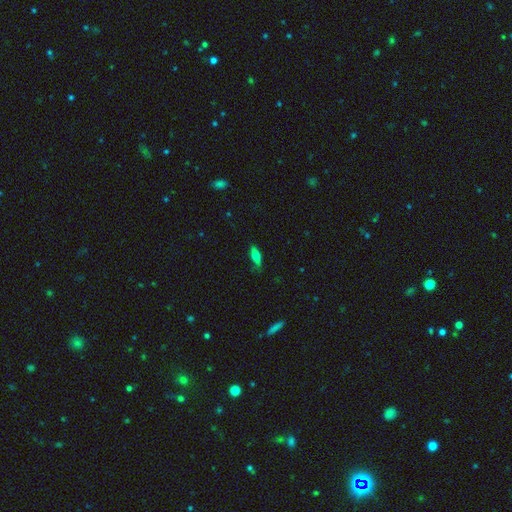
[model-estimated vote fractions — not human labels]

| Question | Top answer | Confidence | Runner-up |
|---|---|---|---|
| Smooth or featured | smooth | 61% | featured or disk (32%) |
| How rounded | cigar-shaped | 50% | in between (47%) |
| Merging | none | 79% | minor disturbance (16%) |